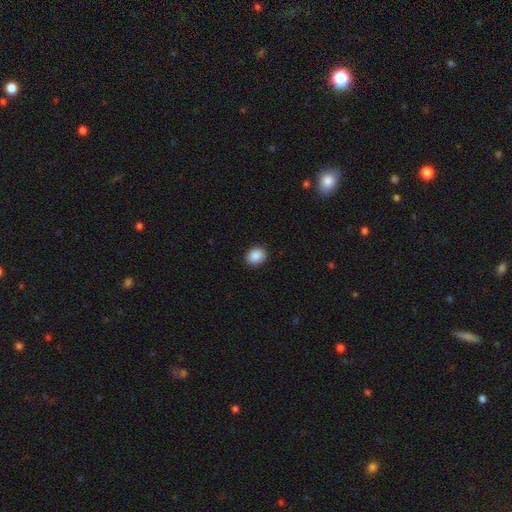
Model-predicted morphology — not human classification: Smooth or featured: smooth — 89% (star or artifact — 8%)
How rounded: round — 59% (in between — 40%)
Merging: none — 90% (minor disturbance — 7%)